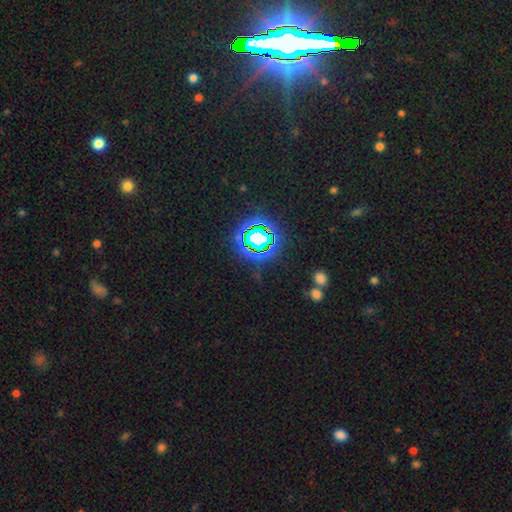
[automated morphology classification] Smooth or featured?
  - star or artifact: 83% *
  - smooth: 10%
  - featured or disk: 8%